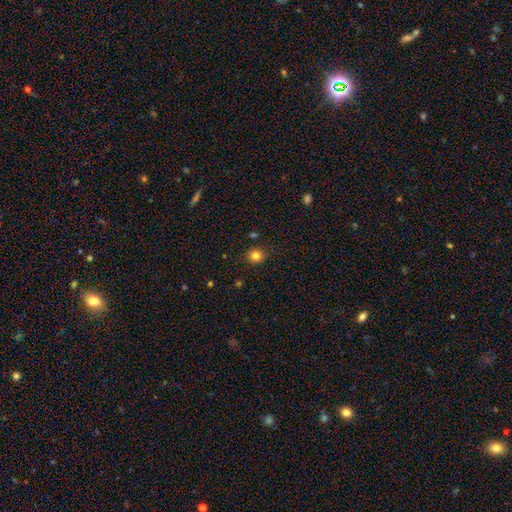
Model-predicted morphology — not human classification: smooth-or-featured: smooth: 82% | star or artifact: 13% | featured or disk: 5%
  how-rounded: round: 86% | in between: 14% | cigar-shaped: 1%
  merging: none: 88% | minor disturbance: 8% | major disturbance: 2% | merger: 2%